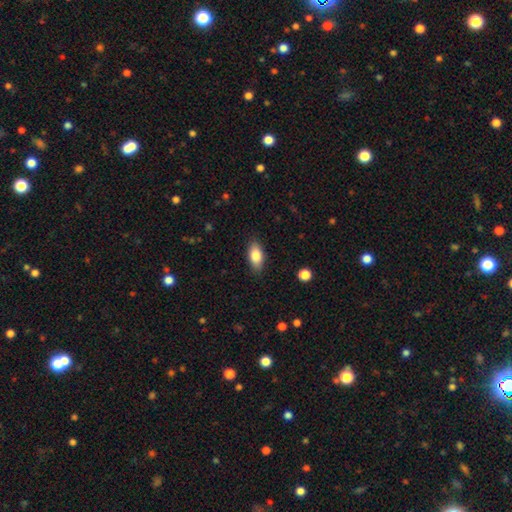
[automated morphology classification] Smooth or featured? Predicted: smooth (p=0.83). How rounded? Predicted: in between (p=0.89). Merging? Predicted: none (p=0.87).